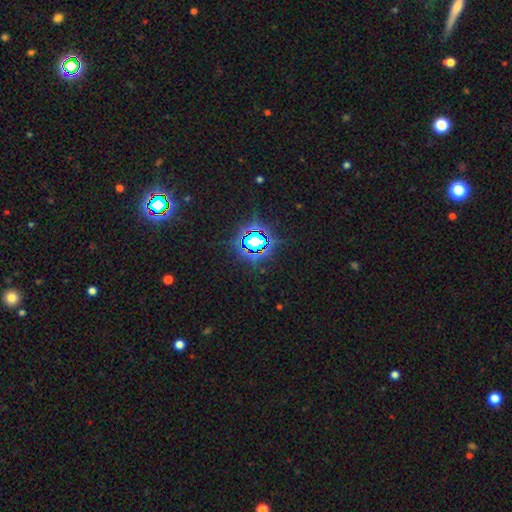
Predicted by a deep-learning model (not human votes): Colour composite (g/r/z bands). It shows a star or artifact, not a galaxy (80%).